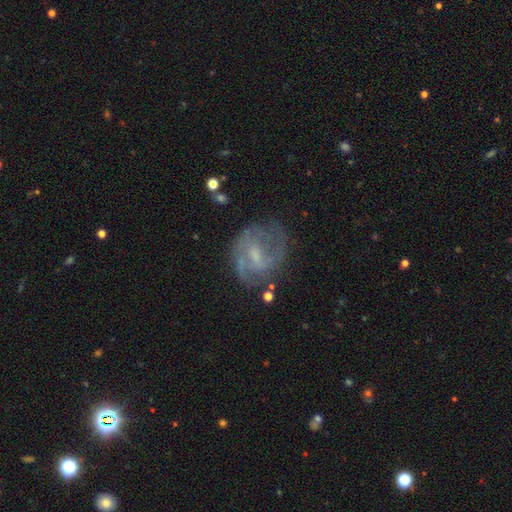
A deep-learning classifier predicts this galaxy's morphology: A featured or disk galaxy (75%) with a weak bar (55%), 2 (55%) medium (47%) spiral arms (84%) and a small central bulge (47%). Merging: none (63%).